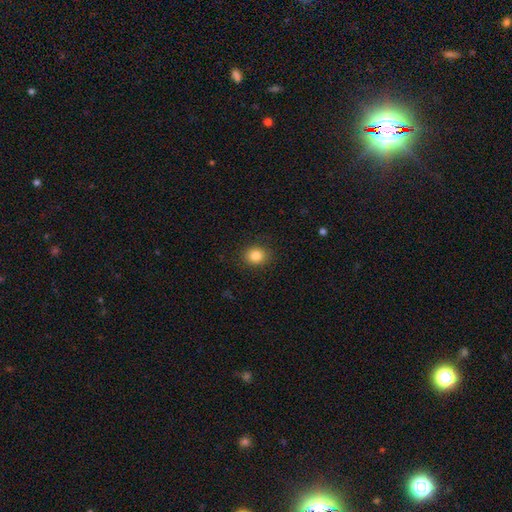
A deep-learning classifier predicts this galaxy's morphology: This appears to be a smooth galaxy with no disk features (84%) that is round (66%). Merging: none (88%).